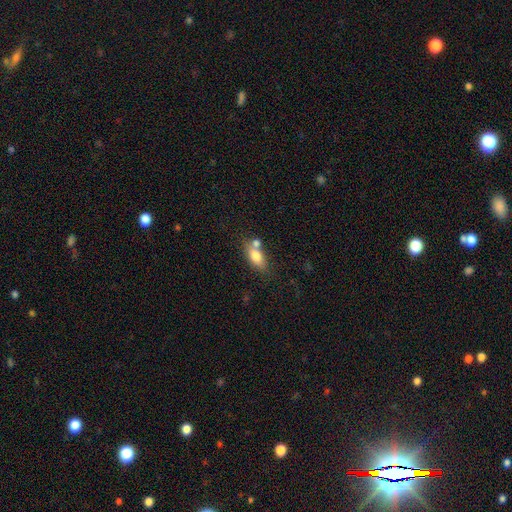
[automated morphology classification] Q: Smooth or featured?
A: smooth (76%); runner-up: featured or disk (17%)
Q: How rounded?
A: in between (81%); runner-up: cigar-shaped (12%)
Q: Merging?
A: none (52%); runner-up: merger (29%)